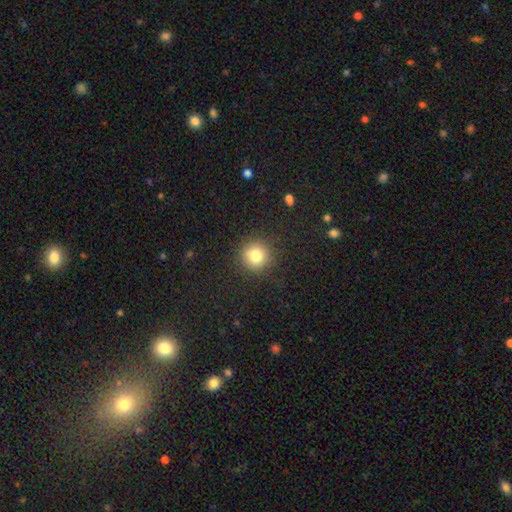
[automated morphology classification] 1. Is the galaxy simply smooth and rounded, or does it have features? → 79% smooth, 13% star or artifact, 8% featured or disk.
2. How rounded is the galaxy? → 92% round, 7% in between, 1% cigar-shaped.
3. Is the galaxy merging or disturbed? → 89% none, 7% minor disturbance, 3% major disturbance, 1% merger.